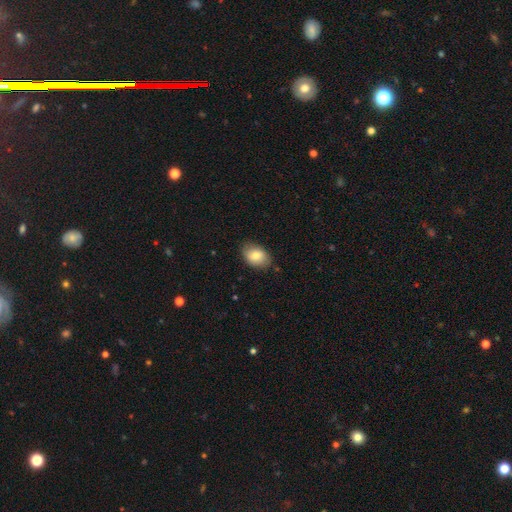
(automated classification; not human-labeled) This appears to be a smooth galaxy with no disk features (79%) that is in between round and cigar-shaped (80%). Merging: none (81%).